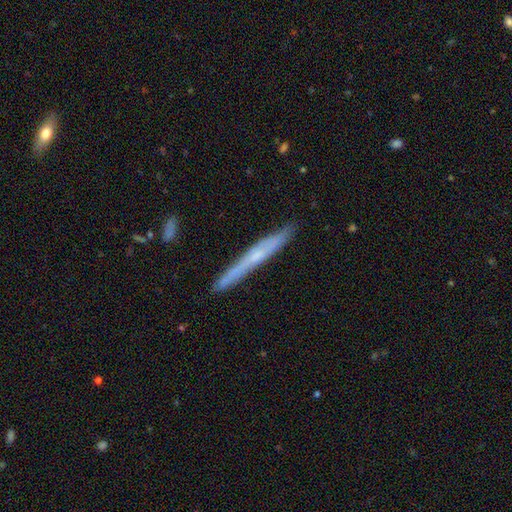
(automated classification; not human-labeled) A featured or disk galaxy (54%) viewed edge-on (94%) with no central bulge (61%).

Vote fractions:
- Smooth or featured? featured or disk: 54% / smooth: 40% / star or artifact: 6%
- Edge-on disk? yes: 94% / no: 6%
- Edge-on bulge? none: 61% / rounded: 33% / boxy: 6%
- Merging? none: 86% / minor disturbance: 11% / major disturbance: 2% / merger: 2%